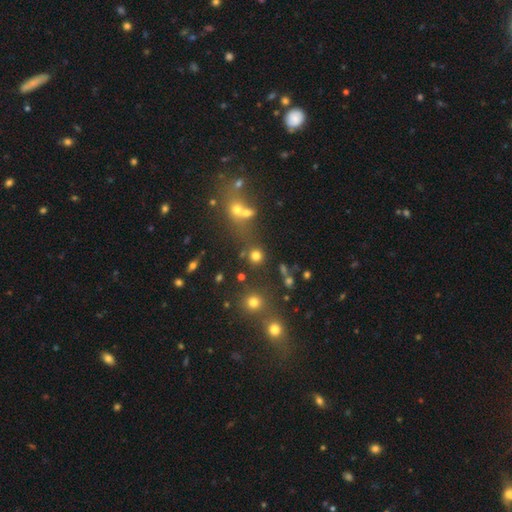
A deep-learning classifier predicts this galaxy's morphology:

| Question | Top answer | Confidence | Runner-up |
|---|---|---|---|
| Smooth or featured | smooth | 74% | star or artifact (19%) |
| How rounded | round | 90% | in between (9%) |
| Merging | none | 71% | merger (15%) |